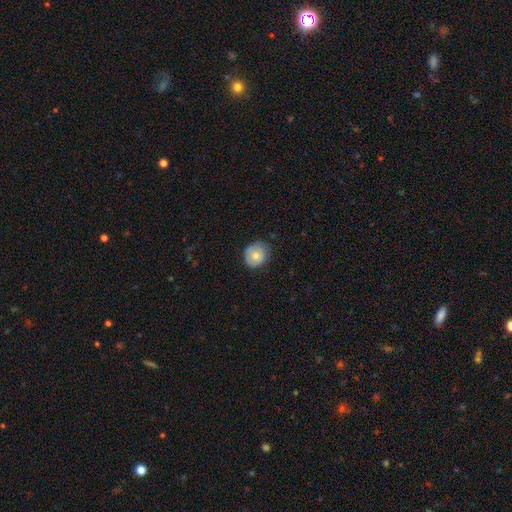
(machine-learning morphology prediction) smooth-or-featured: smooth: 68% | featured or disk: 25% | star or artifact: 7%
  how-rounded: round: 76% | in between: 23% | cigar-shaped: 1%
  merging: none: 66% | minor disturbance: 27% | major disturbance: 5% | merger: 1%